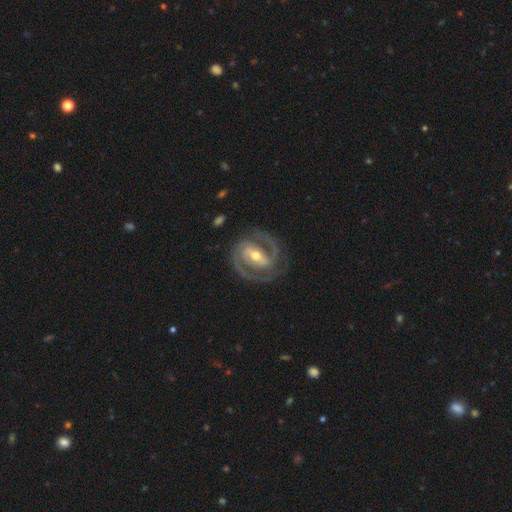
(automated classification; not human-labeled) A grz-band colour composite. It shows a featured or disk galaxy (92%) with a strong bar (56%), 2 (91%) medium (47%) spiral arms (98%) and a moderate central bulge (64%). Merging: none (81%).